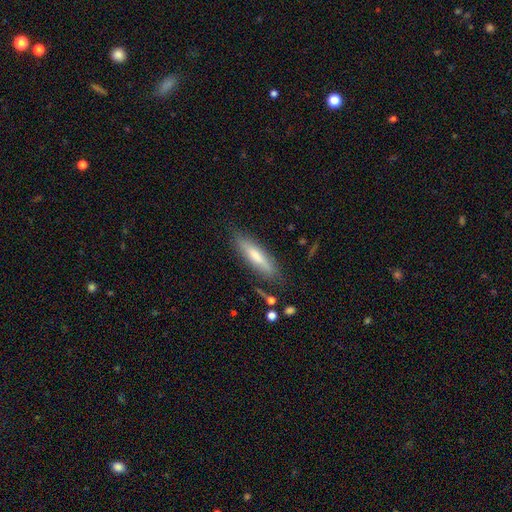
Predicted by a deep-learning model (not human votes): Smooth or featured? Predicted: smooth (p=0.63). How rounded? Predicted: cigar-shaped (p=0.75). Merging? Predicted: none (p=0.79).